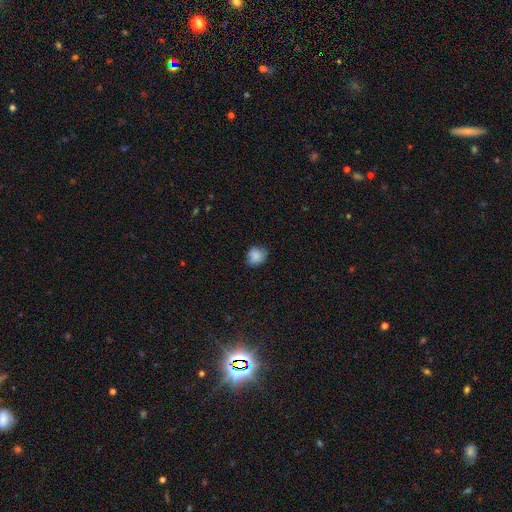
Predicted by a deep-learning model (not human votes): smooth 83%, star or artifact 9%, featured or disk 8%. Down the decision tree: how rounded — round (70%); merging — none (71%).